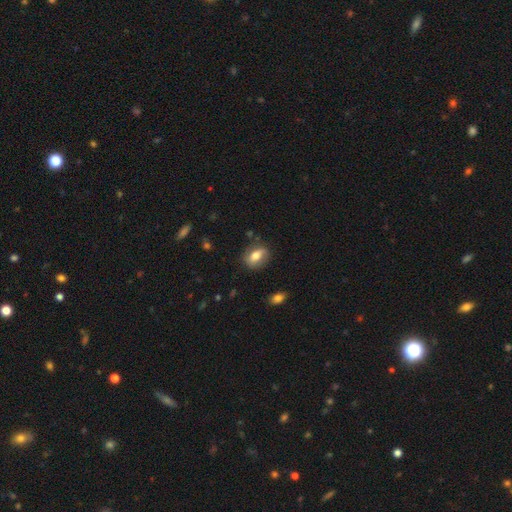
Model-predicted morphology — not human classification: Smooth or featured?
  - smooth: 66% *
  - featured or disk: 26%
  - star or artifact: 8%
How rounded?
  - in between: 67% *
  - round: 30%
  - cigar-shaped: 3%
Merging?
  - none: 77% *
  - minor disturbance: 17%
  - major disturbance: 5%
  - merger: 2%